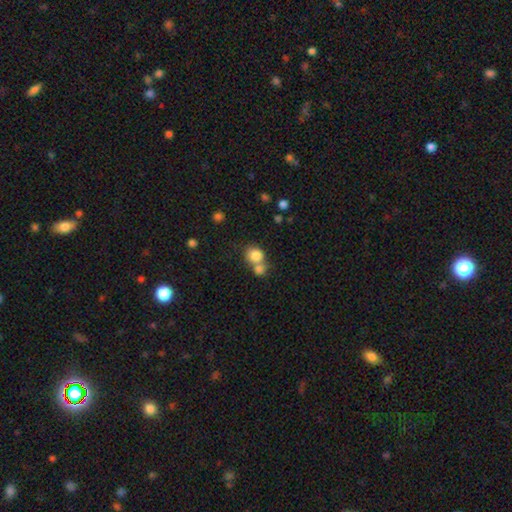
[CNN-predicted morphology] Overall: smooth (81%). How rounded: round (80%). Merging: merger (48%; none 41%).